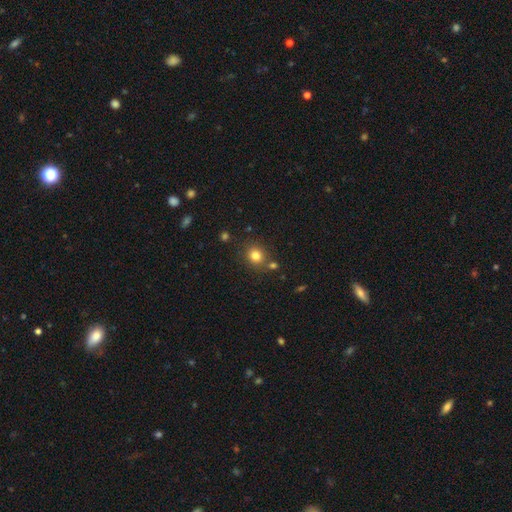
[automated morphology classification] smooth-or-featured: smooth: 80% | star or artifact: 13% | featured or disk: 7%
  how-rounded: round: 83% | in between: 16% | cigar-shaped: 1%
  merging: none: 77% | merger: 10% | minor disturbance: 10% | major disturbance: 3%